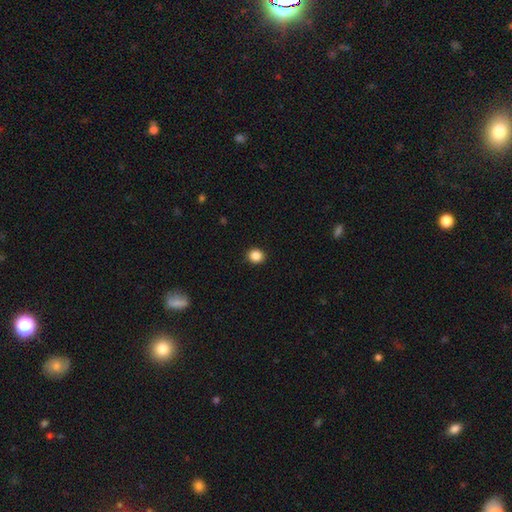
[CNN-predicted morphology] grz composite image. It shows a smooth galaxy with no disk features (87%) that is round (84%). Merging: none (92%).